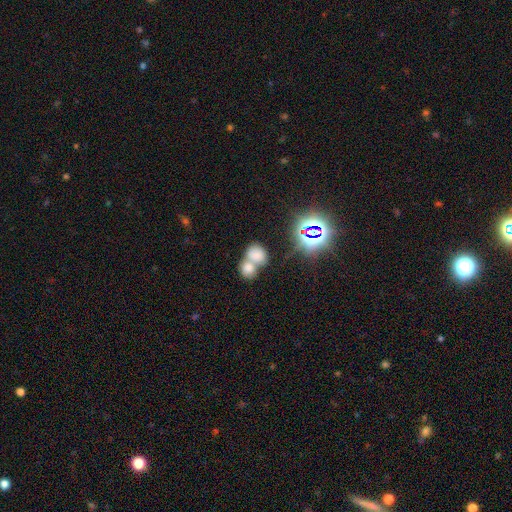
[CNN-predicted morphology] This is likely a smooth galaxy (71%). How rounded: possibly round (54%). Merging: likely merger (70%).